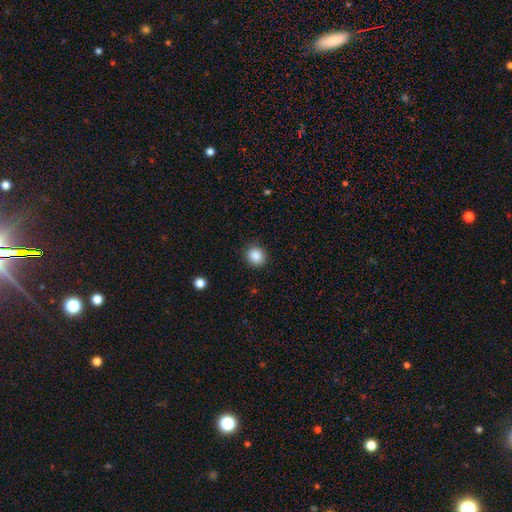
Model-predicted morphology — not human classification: This is clearly a smooth galaxy (87%). How rounded: clearly round (82%). Merging: clearly none (89%).